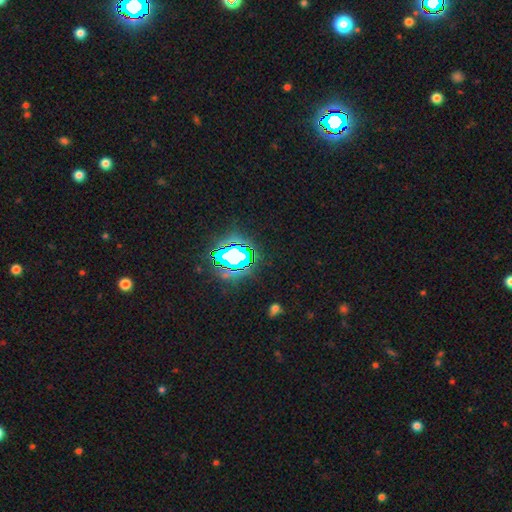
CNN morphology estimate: Smooth or featured?
  - star or artifact: 79% *
  - smooth: 13%
  - featured or disk: 7%